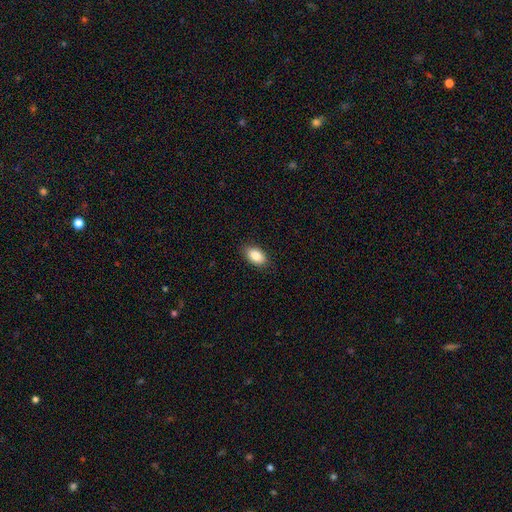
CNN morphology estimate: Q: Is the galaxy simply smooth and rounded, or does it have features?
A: smooth — 87%.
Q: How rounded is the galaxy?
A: in between — 92%.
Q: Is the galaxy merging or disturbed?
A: none — 87%.